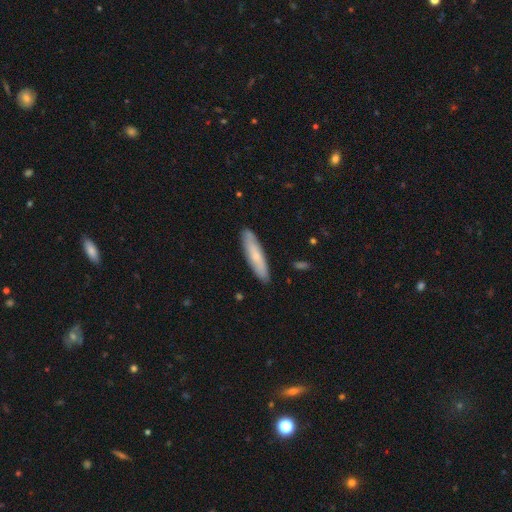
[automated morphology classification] This is likely a smooth galaxy (65%). How rounded: clearly cigar-shaped (81%). Merging: clearly none (88%).